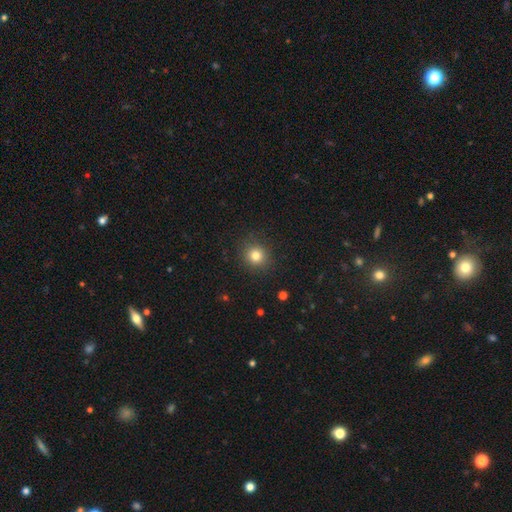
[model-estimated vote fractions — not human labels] A smooth galaxy with no disk features (80%) that is round (89%). Merging: none (90%).